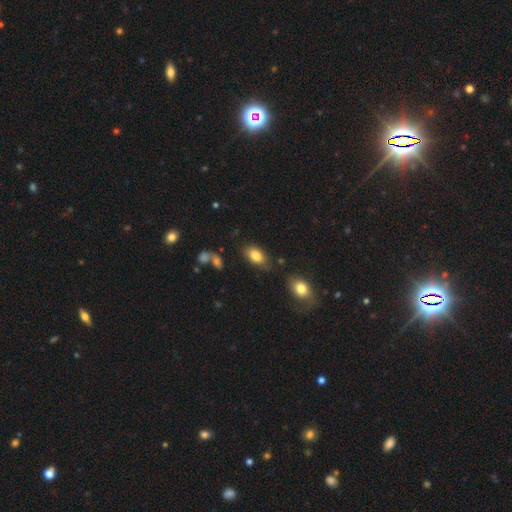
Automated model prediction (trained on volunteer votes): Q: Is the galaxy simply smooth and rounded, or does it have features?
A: smooth — 83%.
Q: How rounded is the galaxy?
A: in between — 91%.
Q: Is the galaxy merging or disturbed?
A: none — 75%.